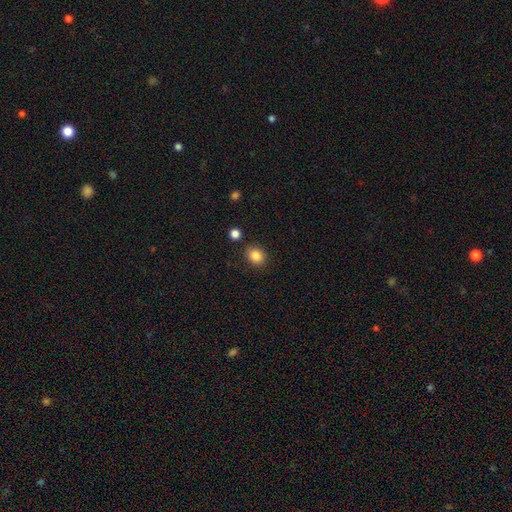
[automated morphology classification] Smooth or featured? smooth (86%)
How rounded? round (59%)
Merging? none (85%)